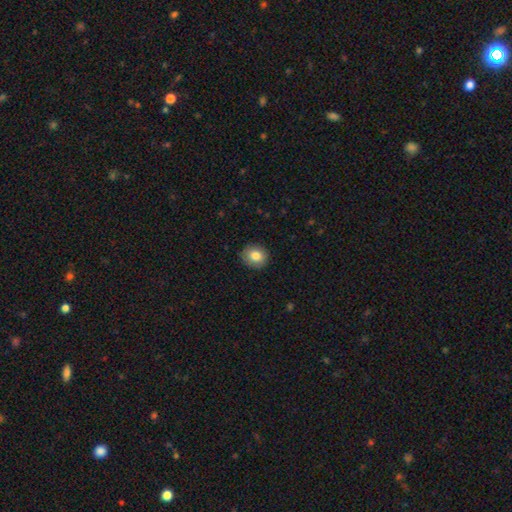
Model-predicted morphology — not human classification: Smooth or featured?
  - smooth: 83% *
  - star or artifact: 9%
  - featured or disk: 8%
How rounded?
  - round: 76% *
  - in between: 23%
  - cigar-shaped: 1%
Merging?
  - none: 88% *
  - minor disturbance: 9%
  - major disturbance: 2%
  - merger: 1%